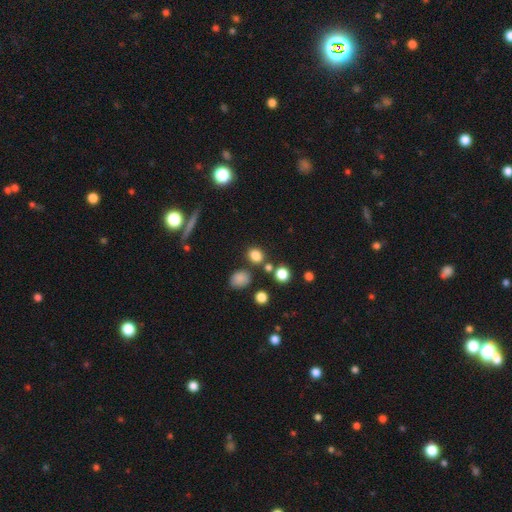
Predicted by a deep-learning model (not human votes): The model was most divided on "how rounded": round: 60%, in between: 38%, cigar-shaped: 2%. More confident: smooth or featured — smooth (80%); merging — none (75%).